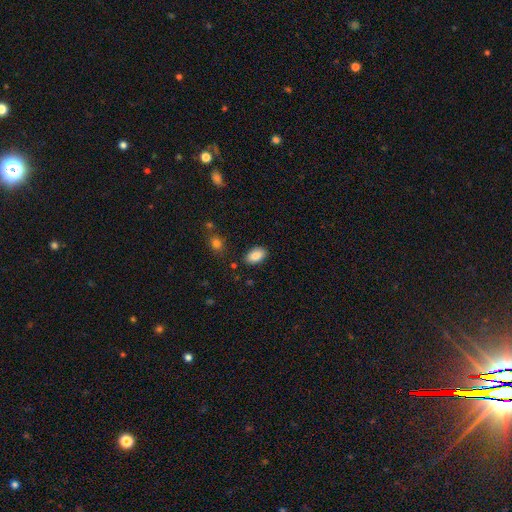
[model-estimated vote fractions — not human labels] smooth 88%, star or artifact 7%, featured or disk 4%. Down the decision tree: how rounded — in between (92%); merging — none (85%).